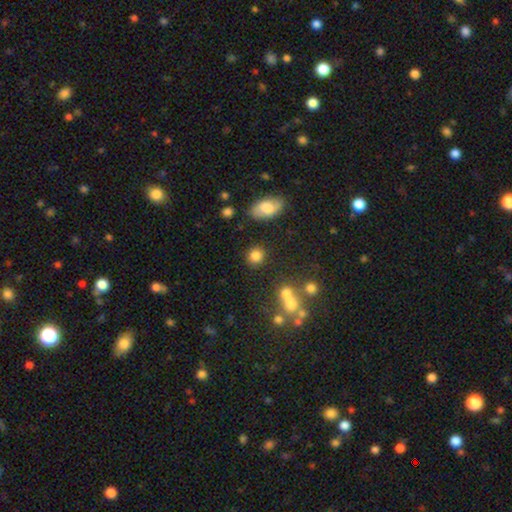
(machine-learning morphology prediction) Smooth or featured: smooth — 83% (star or artifact — 11%)
How rounded: round — 81% (in between — 17%)
Merging: none — 81% (minor disturbance — 10%)